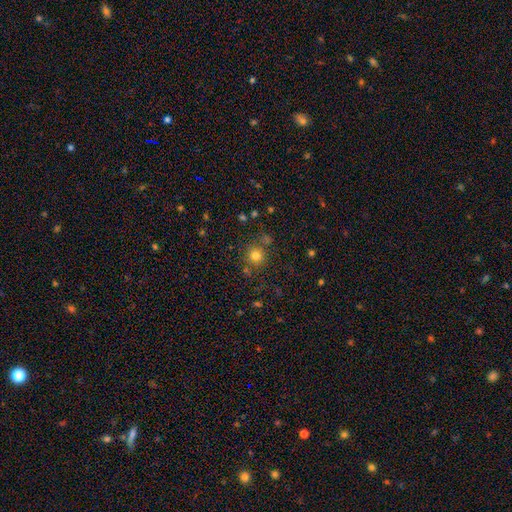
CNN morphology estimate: smooth 76%, star or artifact 16%, featured or disk 7%. Down the decision tree: how rounded — round (91%); merging — none (77%).